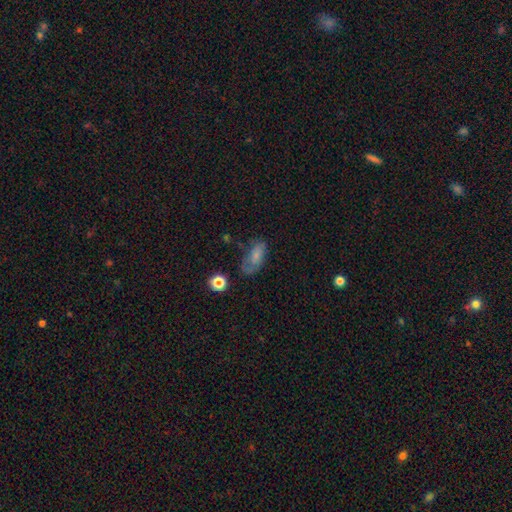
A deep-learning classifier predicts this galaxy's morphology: A smooth galaxy with no disk features (65%) that is in between round and cigar-shaped (87%).

Vote fractions:
- Smooth or featured? smooth: 65% / featured or disk: 25% / star or artifact: 11%
- How rounded? in between: 87% / cigar-shaped: 7% / round: 6%
- Merging? none: 47% / minor disturbance: 30% / major disturbance: 18% / merger: 4%